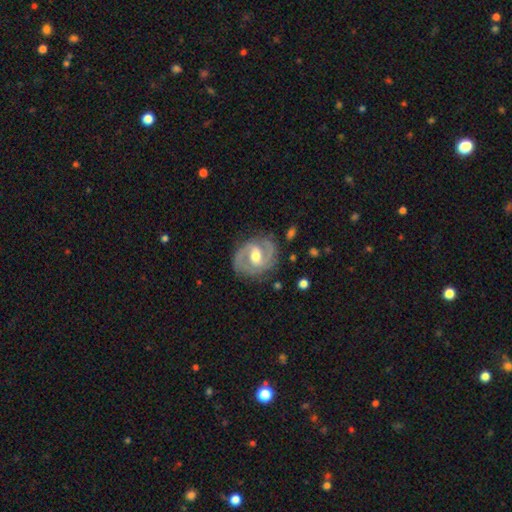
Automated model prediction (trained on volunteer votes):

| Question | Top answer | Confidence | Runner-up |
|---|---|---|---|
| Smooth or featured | featured or disk | 87% | smooth (9%) |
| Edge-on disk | no | 97% | yes (3%) |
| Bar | weak | 52% | no (24%) |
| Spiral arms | yes | 95% | no (5%) |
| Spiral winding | medium | 51% | tight (36%) |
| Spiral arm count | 2 | 87% | can't tell (5%) |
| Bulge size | moderate | 73% | small (13%) |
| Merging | none | 78% | minor disturbance (15%) |